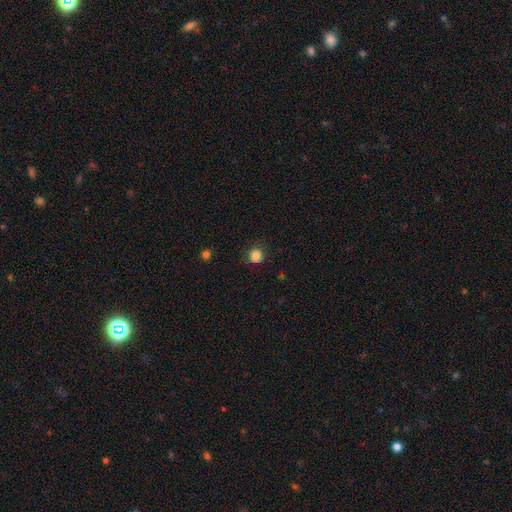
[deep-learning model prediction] Overall: smooth (85%). How rounded: round (91%). Merging: none (87%).